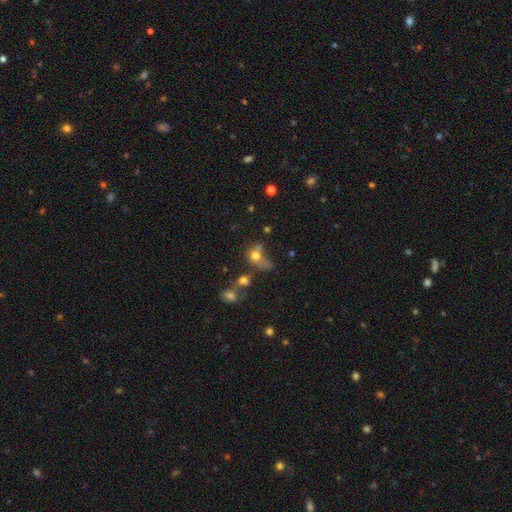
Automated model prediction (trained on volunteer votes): Smooth or featured? Predicted: smooth (p=0.68). How rounded? Predicted: round (p=0.57). Merging? Predicted: merger (p=0.34).